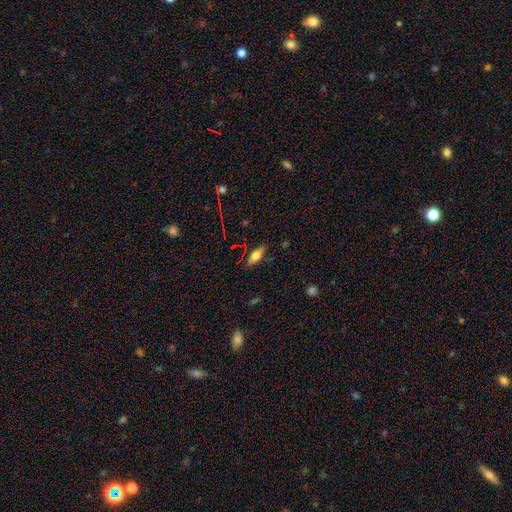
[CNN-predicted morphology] This appears to be a smooth galaxy with no disk features (66%) that is in between round and cigar-shaped (78%). Merging: none (83%).